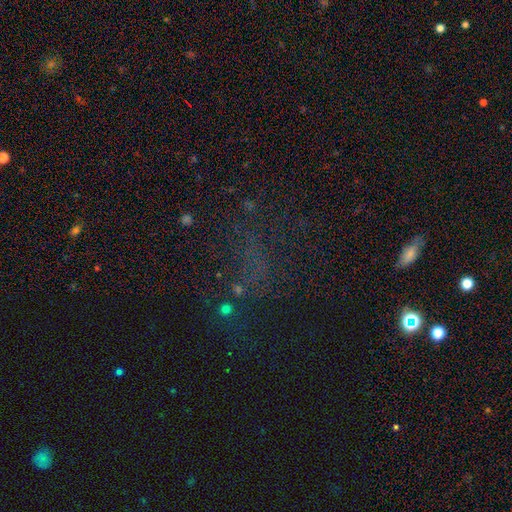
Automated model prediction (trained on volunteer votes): The model was most divided on "smooth or featured": star or artifact: 52%, smooth: 30%, featured or disk: 18%.